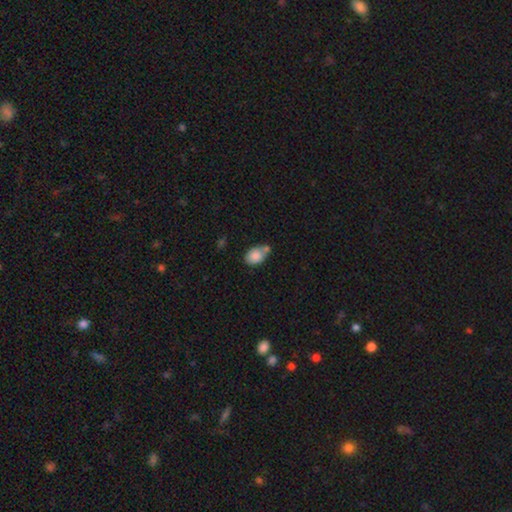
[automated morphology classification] Smooth or featured?
  - smooth: 84% *
  - star or artifact: 8%
  - featured or disk: 8%
How rounded?
  - in between: 77% *
  - round: 22%
  - cigar-shaped: 1%
Merging?
  - none: 45% *
  - merger: 30%
  - minor disturbance: 20%
  - major disturbance: 5%